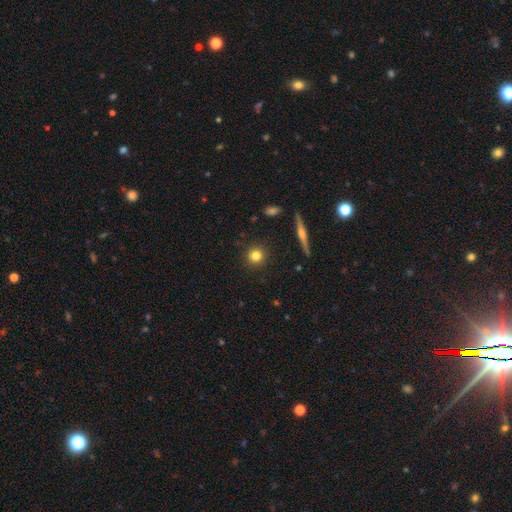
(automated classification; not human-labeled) This appears to be a smooth galaxy with no disk features (79%) that is round (93%). Merging: none (91%).